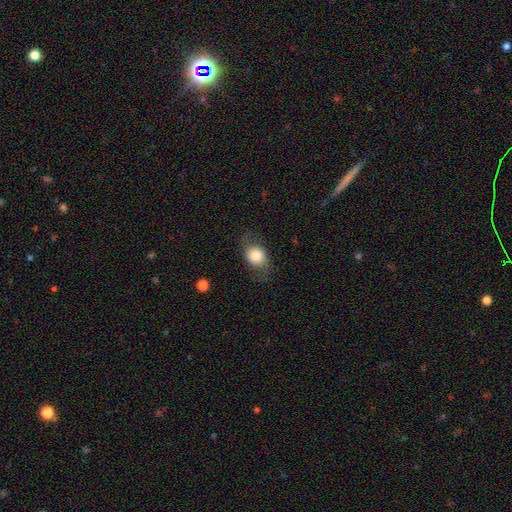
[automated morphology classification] A smooth galaxy with no disk features (70%) that is round (52%). Merging: none (69%).